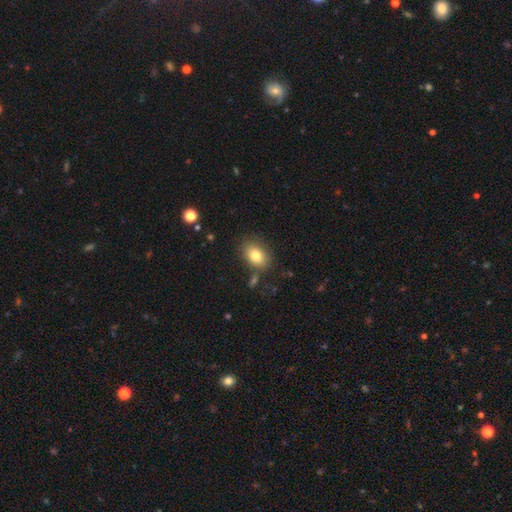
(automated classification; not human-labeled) smooth-or-featured: smooth: 80% | featured or disk: 11% | star or artifact: 9%
  how-rounded: in between: 77% | round: 22% | cigar-shaped: 1%
  merging: none: 76% | minor disturbance: 14% | merger: 6% | major disturbance: 4%